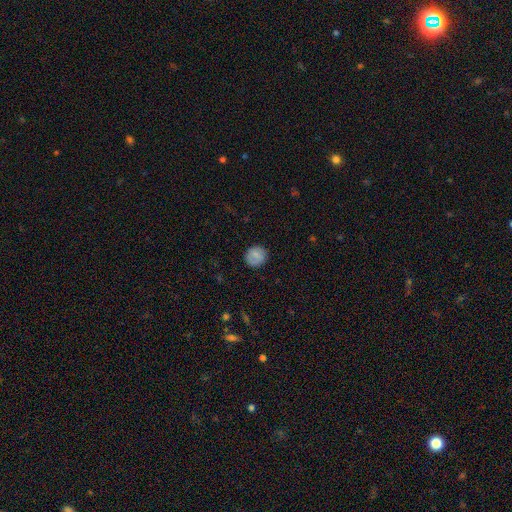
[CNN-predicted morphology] A smooth galaxy with no disk features (76%) that is round (87%).

Vote fractions:
- Smooth or featured? smooth: 76% / featured or disk: 16% / star or artifact: 8%
- How rounded? round: 87% / in between: 11% / cigar-shaped: 1%
- Merging? none: 87% / minor disturbance: 9% / major disturbance: 3% / merger: 1%